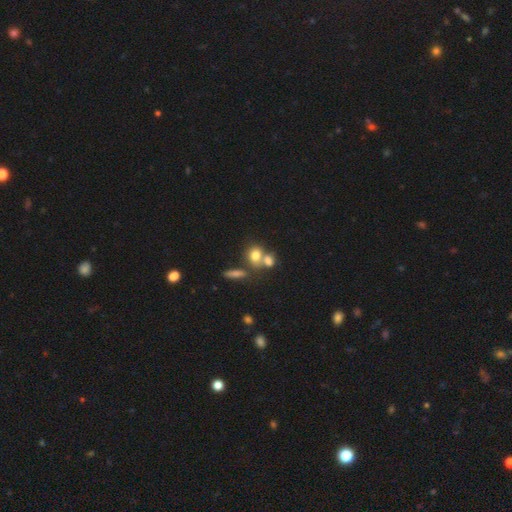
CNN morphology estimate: This appears to be a smooth galaxy with no disk features (73%) that is round (51%). Merging: merger (49%).